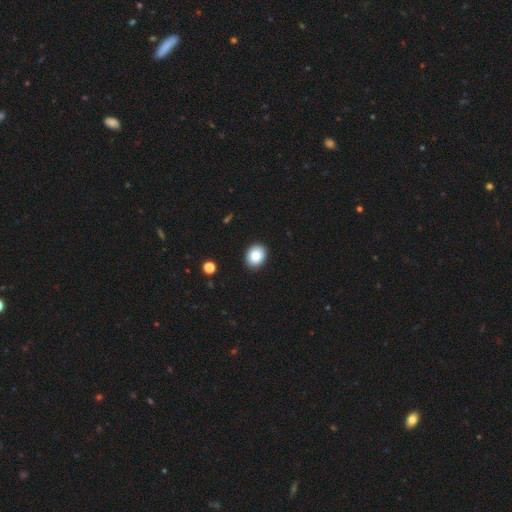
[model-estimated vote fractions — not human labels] Smooth or featured: smooth — 86% (star or artifact — 9%)
How rounded: round — 50% (in between — 49%)
Merging: none — 90% (minor disturbance — 7%)